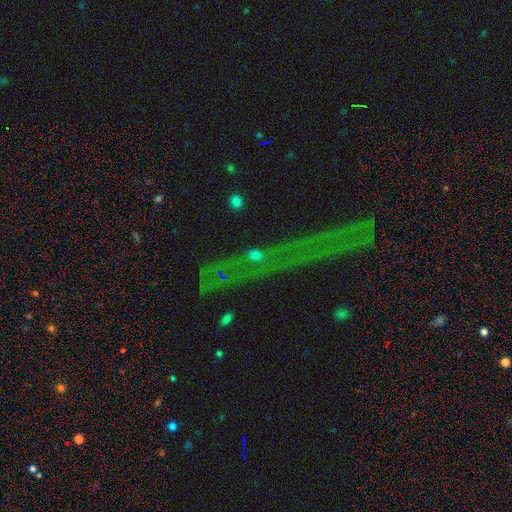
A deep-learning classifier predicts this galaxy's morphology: type=star or artifact (54%).